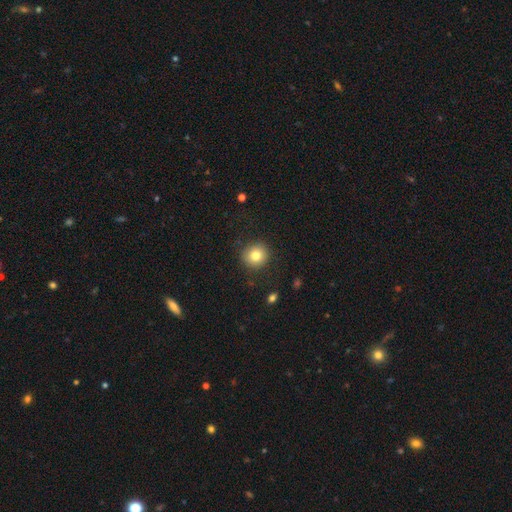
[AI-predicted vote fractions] smooth_or_featured: smooth (p=0.80) [alt: star or artifact p=0.10]
how_rounded: round (p=0.92) [alt: in between p=0.07]
merging: none (p=0.88) [alt: minor disturbance p=0.08]